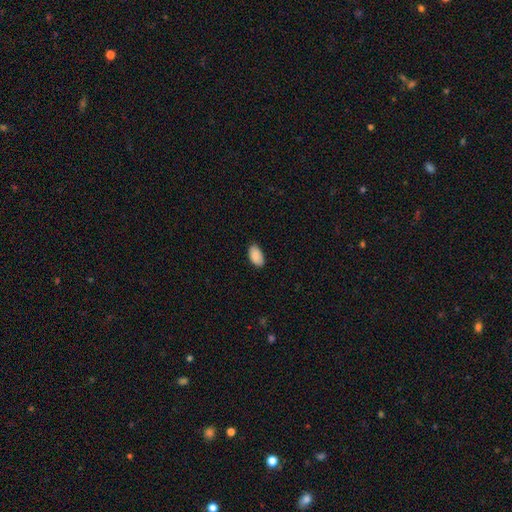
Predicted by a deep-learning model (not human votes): The model was most divided on "merging": none: 84%, minor disturbance: 13%, major disturbance: 2%, merger: 1%. More confident: how rounded — in between (95%); smooth or featured — smooth (89%).